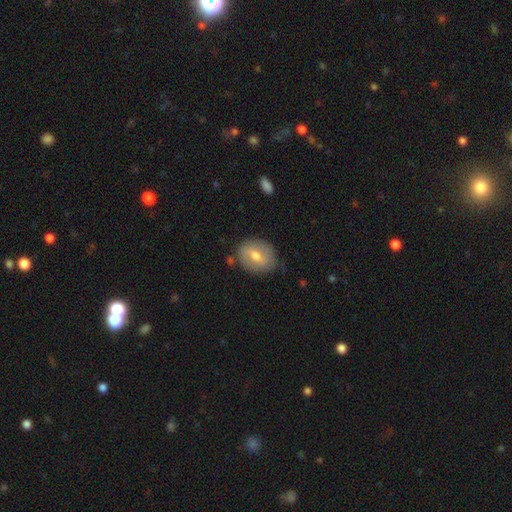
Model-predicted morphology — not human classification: This appears to be a smooth galaxy with no disk features (58%) that is in between round and cigar-shaped (50%). Merging: none (78%).